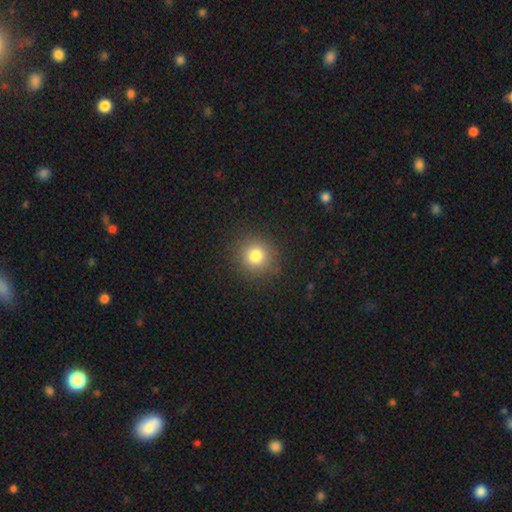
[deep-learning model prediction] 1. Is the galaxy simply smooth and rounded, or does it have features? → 78% smooth, 14% star or artifact, 7% featured or disk.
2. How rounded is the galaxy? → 91% round, 8% in between, 1% cigar-shaped.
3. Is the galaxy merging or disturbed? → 89% none, 7% minor disturbance, 3% major disturbance, 1% merger.